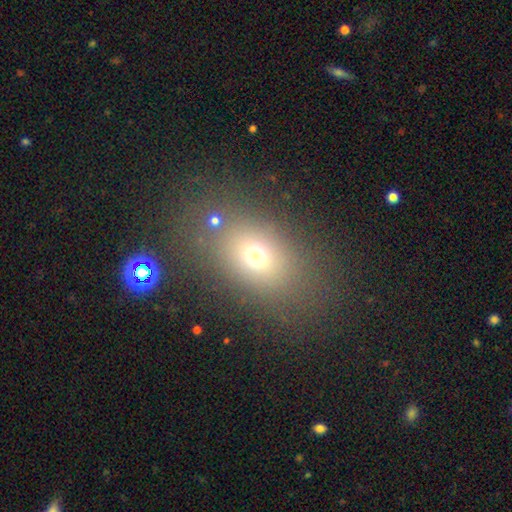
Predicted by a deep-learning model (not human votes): smooth 67%, star or artifact 19%, featured or disk 14%. Down the decision tree: how rounded — in between (72%); merging — none (77%).